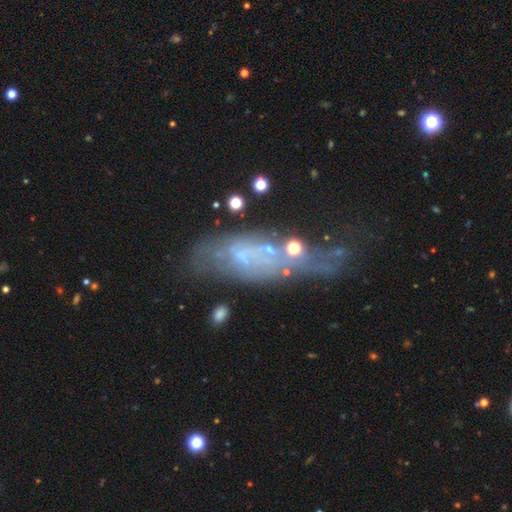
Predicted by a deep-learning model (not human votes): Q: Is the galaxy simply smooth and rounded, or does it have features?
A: featured or disk — 57%.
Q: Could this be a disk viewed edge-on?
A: no — 82%.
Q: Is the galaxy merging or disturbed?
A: none — 38%.